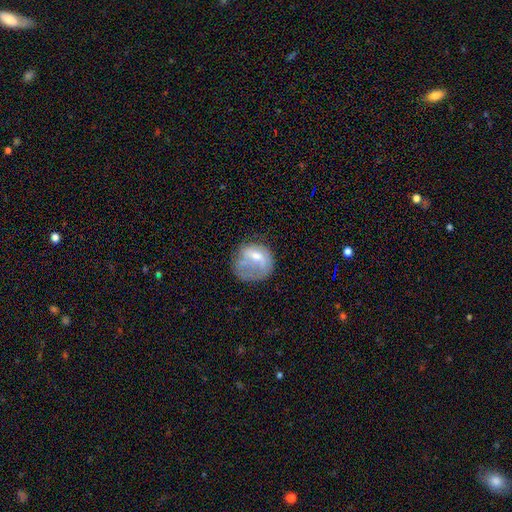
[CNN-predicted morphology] Smooth or featured? smooth (49%)
Merging? none (36%)